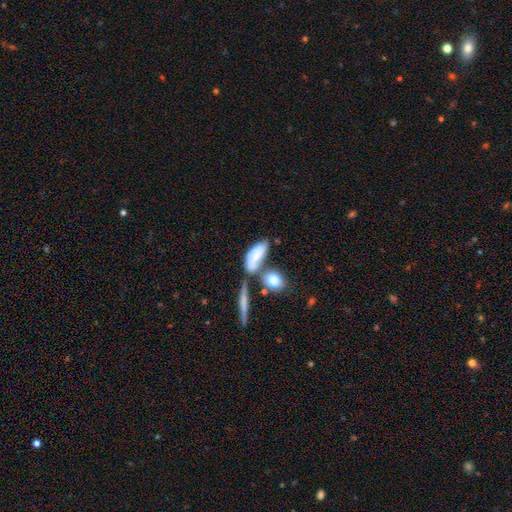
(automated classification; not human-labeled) smooth-or-featured: smooth: 61% | featured or disk: 31% | star or artifact: 8%
  how-rounded: in between: 73% | cigar-shaped: 21% | round: 6%
  merging: none: 40% | merger: 32% | minor disturbance: 19% | major disturbance: 9%